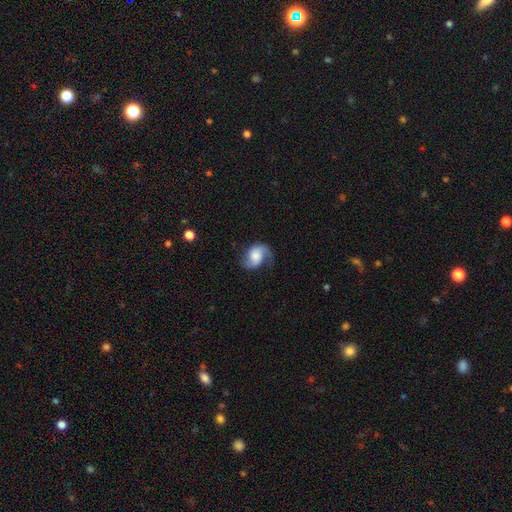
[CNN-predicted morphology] Smooth or featured?
  - featured or disk: 73% *
  - smooth: 20%
  - star or artifact: 7%
Edge-on disk?
  - no: 98% *
  - yes: 2%
Bar?
  - no: 61% *
  - weak: 31%
  - strong: 8%
Spiral arms?
  - yes: 95% *
  - no: 5%
Spiral winding?
  - loose: 47% *
  - medium: 40%
  - tight: 14%
Spiral arm count?
  - 2: 80% *
  - 1: 14%
  - can't tell: 3%
  - 3: 1%
  - 4: 1%
  - more than 4: 1%
Bulge size?
  - large: 30% * (tied)
  - moderate: 30% * (tied)
  - small: 19%
  - none: 14%
  - dominant: 8%
Merging?
  - none: 64% *
  - minor disturbance: 21%
  - major disturbance: 13%
  - merger: 2%